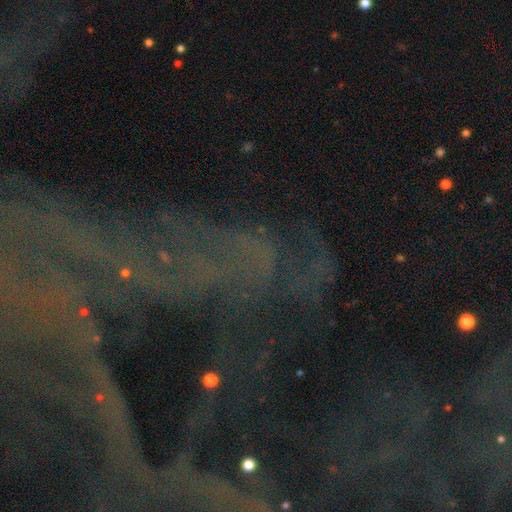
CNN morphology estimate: A star or artifact, not a galaxy (72%).